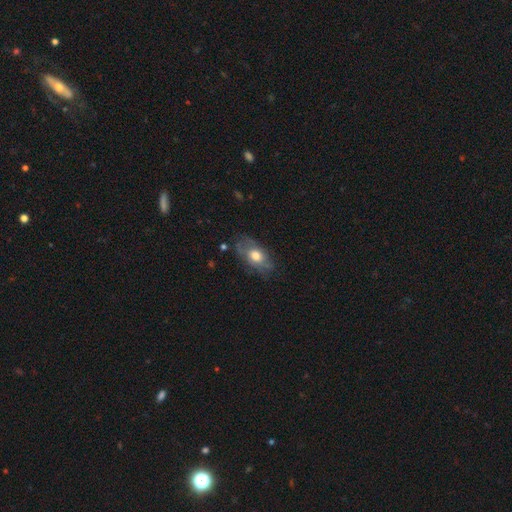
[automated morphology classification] A smooth galaxy with no disk features (53%) that is in between round and cigar-shaped (86%).

Vote fractions:
- Smooth or featured? smooth: 53% / featured or disk: 39% / star or artifact: 7%
- How rounded? in between: 86% / round: 10% / cigar-shaped: 4%
- Merging? none: 62% / minor disturbance: 26% / major disturbance: 10% / merger: 2%